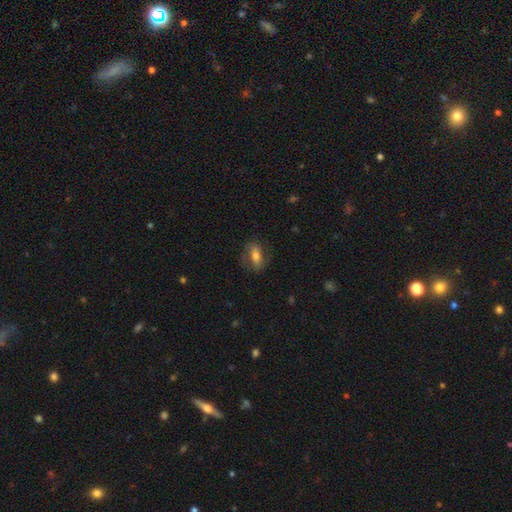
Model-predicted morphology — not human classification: Q: Smooth or featured?
A: smooth (51%); runner-up: featured or disk (41%)
Q: How rounded?
A: in between (77%); runner-up: cigar-shaped (12%)
Q: Merging?
A: none (72%); runner-up: minor disturbance (17%)